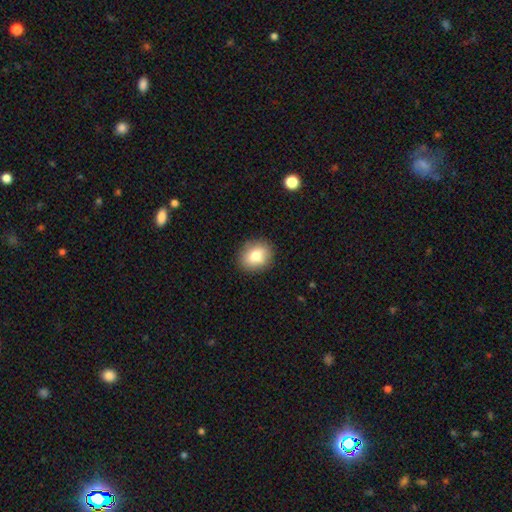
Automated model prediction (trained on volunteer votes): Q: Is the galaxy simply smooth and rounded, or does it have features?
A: smooth — 81%.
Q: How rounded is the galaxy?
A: round — 60%.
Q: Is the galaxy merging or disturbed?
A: none — 88%.